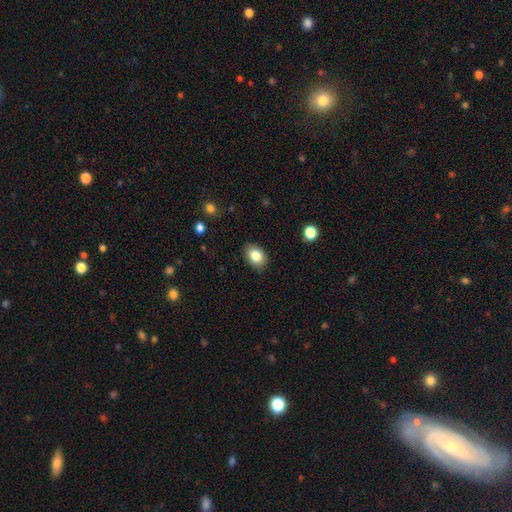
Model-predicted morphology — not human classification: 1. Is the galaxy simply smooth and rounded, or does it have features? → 83% smooth, 9% star or artifact, 8% featured or disk.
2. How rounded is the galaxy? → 78% in between, 21% round, 1% cigar-shaped.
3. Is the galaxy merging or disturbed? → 85% none, 11% minor disturbance, 2% major disturbance, 1% merger.